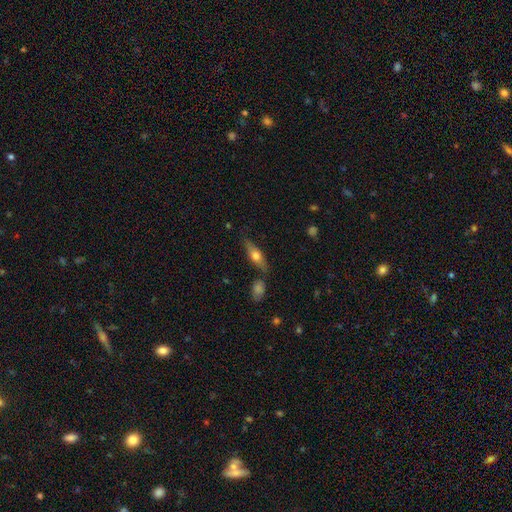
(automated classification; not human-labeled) smooth 50%, featured or disk 44%, star or artifact 7%. Down the decision tree: merging — none (75%).